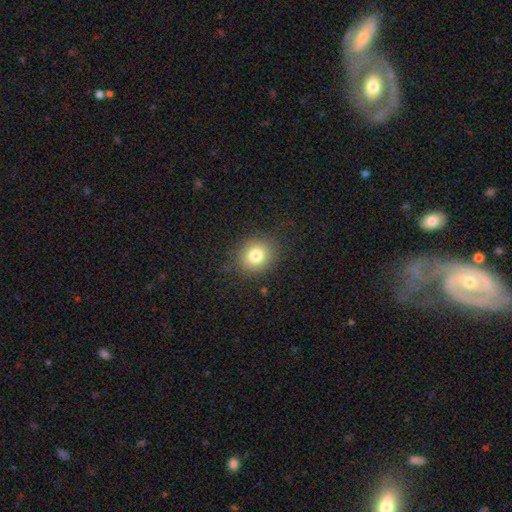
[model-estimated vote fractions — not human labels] smooth_or_featured: smooth (p=0.78) [alt: star or artifact p=0.12]
how_rounded: round (p=0.78) [alt: in between p=0.21]
merging: none (p=0.86) [alt: minor disturbance p=0.09]